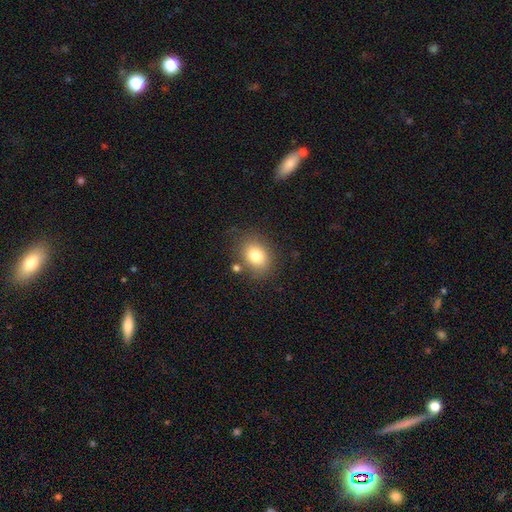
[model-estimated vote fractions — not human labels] Smooth or featured?
  - smooth: 80% *
  - star or artifact: 10%
  - featured or disk: 9%
How rounded?
  - in between: 58% *
  - round: 41%
  - cigar-shaped: 1%
Merging?
  - none: 76% *
  - minor disturbance: 14%
  - merger: 5%
  - major disturbance: 5%